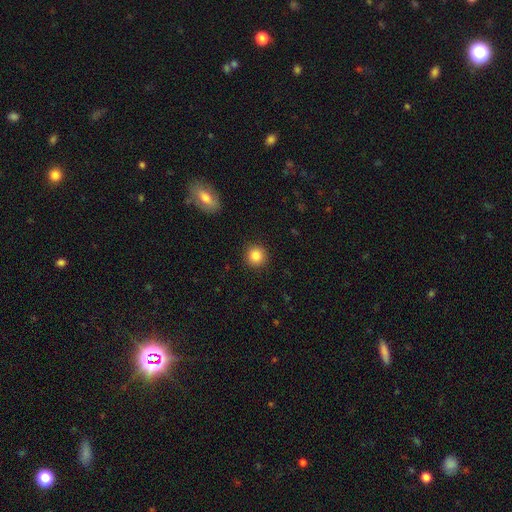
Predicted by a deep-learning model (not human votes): Overall: smooth (85%). How rounded: round (93%). Merging: none (92%).